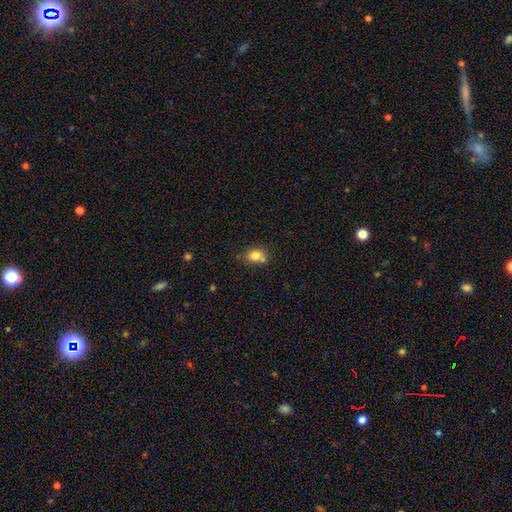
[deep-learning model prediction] Smooth or featured? smooth (80%)
How rounded? in between (57%)
Merging? none (58%)